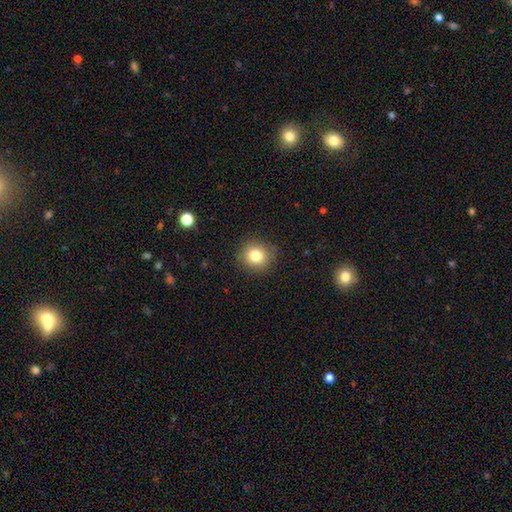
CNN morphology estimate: smooth_or_featured: smooth (p=0.81) [alt: star or artifact p=0.11]
how_rounded: round (p=0.88) [alt: in between p=0.11]
merging: none (p=0.87) [alt: minor disturbance p=0.09]